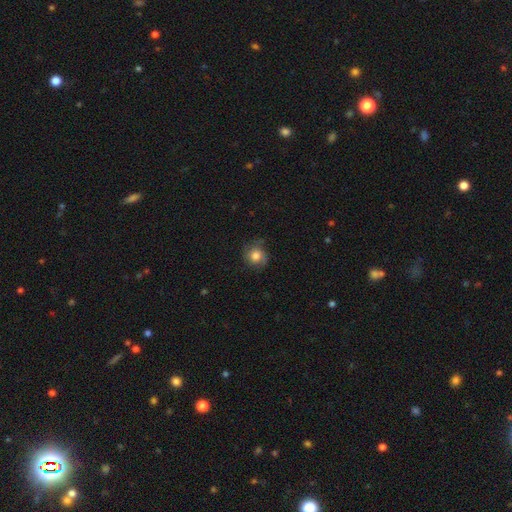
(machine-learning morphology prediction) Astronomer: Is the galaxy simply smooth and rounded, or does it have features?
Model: smooth — 68%.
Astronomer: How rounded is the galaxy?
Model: round — 86%.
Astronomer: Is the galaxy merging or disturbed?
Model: none — 70%.